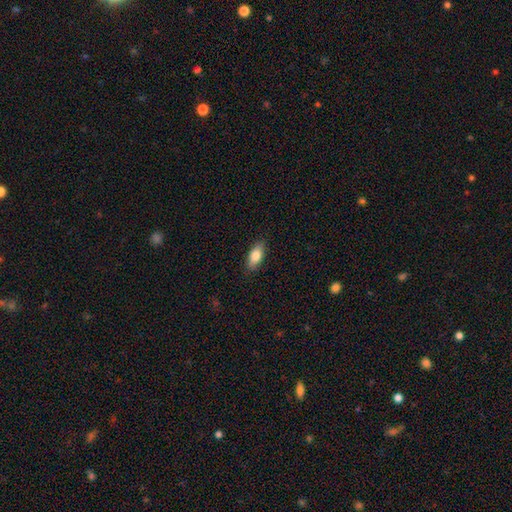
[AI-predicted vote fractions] Smooth or featured: smooth — 80% (featured or disk — 13%)
How rounded: in between — 85% (cigar-shaped — 12%)
Merging: none — 88% (minor disturbance — 9%)